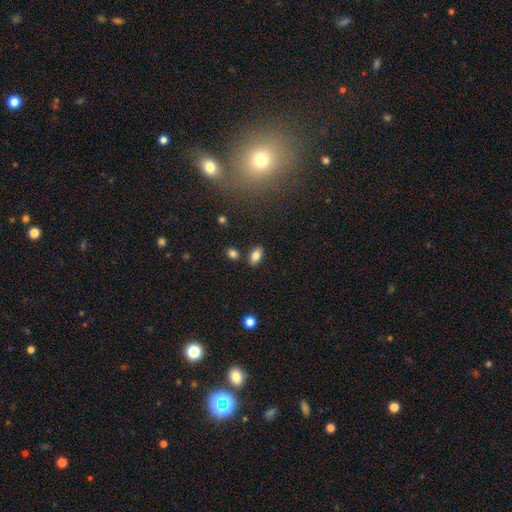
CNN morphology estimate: Overall: smooth (81%). How rounded: in between (90%). Merging: none (83%).